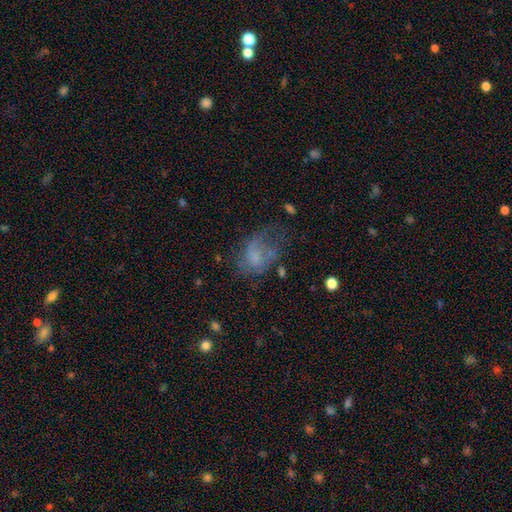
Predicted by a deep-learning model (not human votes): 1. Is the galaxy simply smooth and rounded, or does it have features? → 44% smooth, 43% featured or disk, 13% star or artifact.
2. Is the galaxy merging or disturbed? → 43% major disturbance, 30% none, 22% minor disturbance, 5% merger.